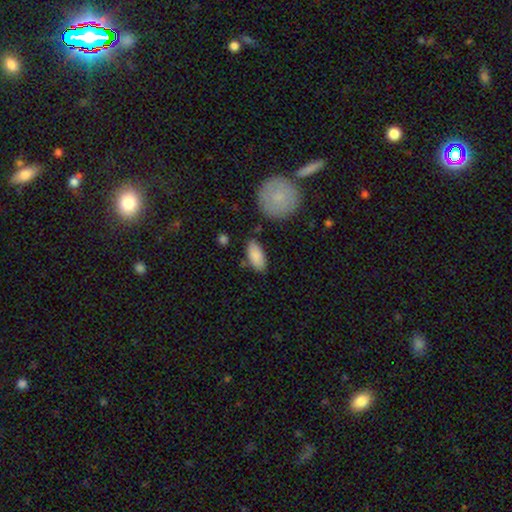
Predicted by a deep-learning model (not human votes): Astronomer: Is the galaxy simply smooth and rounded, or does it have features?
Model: smooth — 86%.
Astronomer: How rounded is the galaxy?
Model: in between — 90%.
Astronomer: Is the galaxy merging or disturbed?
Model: none — 76%.